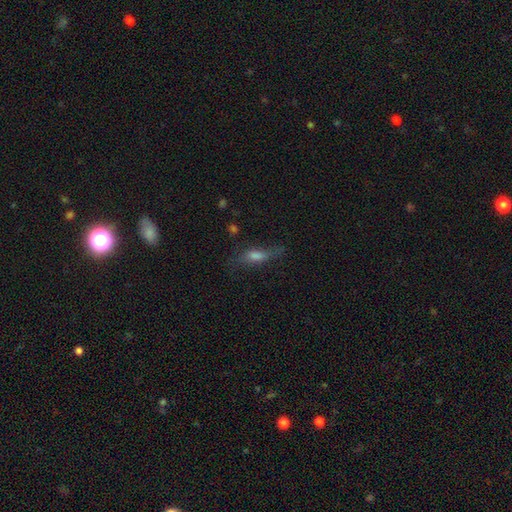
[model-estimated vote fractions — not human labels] Q: Smooth or featured?
A: smooth (49%); runner-up: featured or disk (36%)
Q: Merging?
A: none (58%); runner-up: minor disturbance (23%)